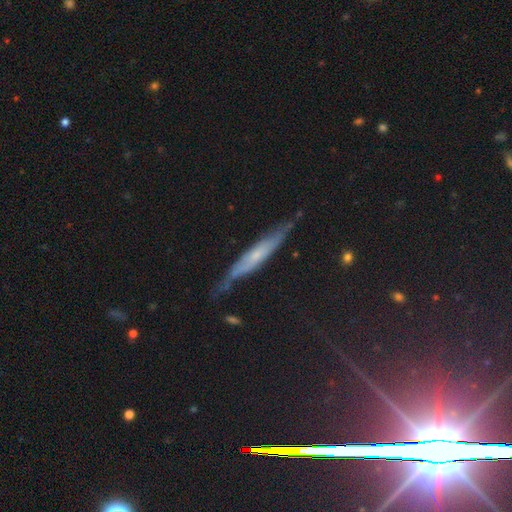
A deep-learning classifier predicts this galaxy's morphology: Smooth or featured: featured or disk — 57% (smooth — 31%)
Edge-on disk: yes — 73% (no — 27%)
Merging: none — 66% (minor disturbance — 25%)